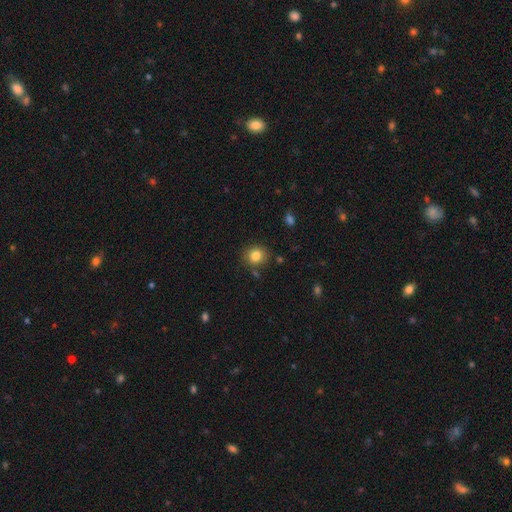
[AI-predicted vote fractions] Q: Smooth or featured?
A: smooth (82%); runner-up: star or artifact (11%)
Q: How rounded?
A: round (81%); runner-up: in between (18%)
Q: Merging?
A: none (84%); runner-up: minor disturbance (10%)